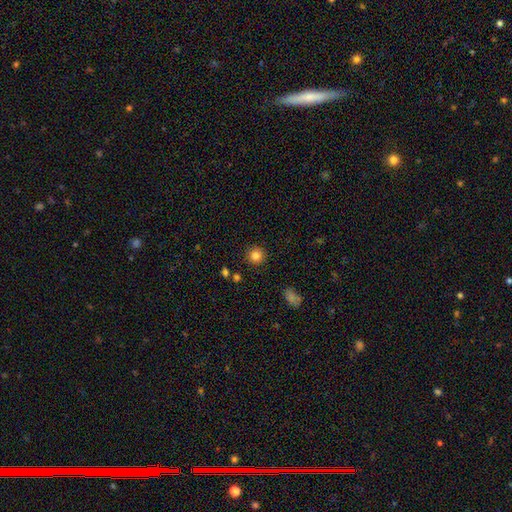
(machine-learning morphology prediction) type=smooth (83%); roundness=round (94%); merging=none (91%).